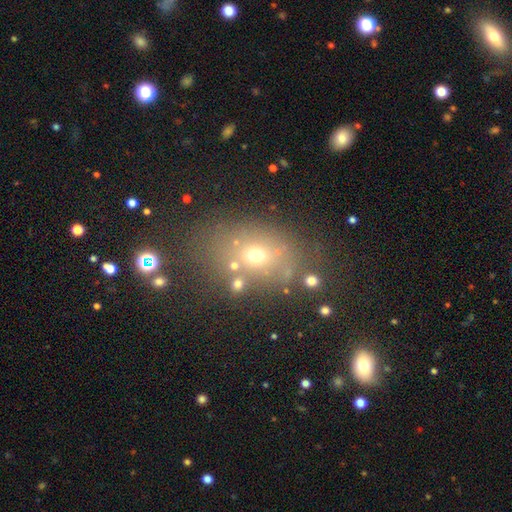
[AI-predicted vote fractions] Smooth or featured? smooth (58%)
How rounded? in between (56%)
Merging? none (67%)